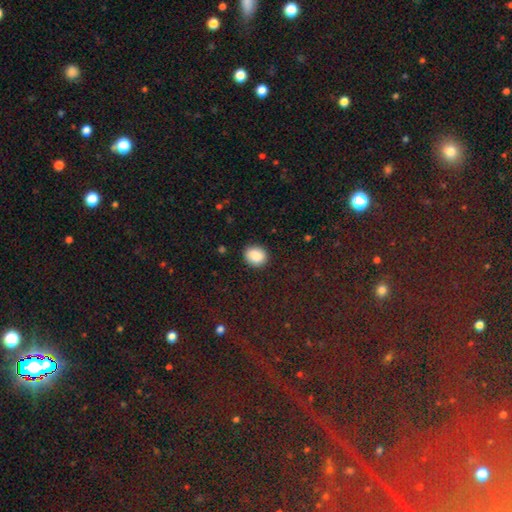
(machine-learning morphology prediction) This appears to be a smooth galaxy with no disk features (88%) that is round (59%). Merging: none (88%).